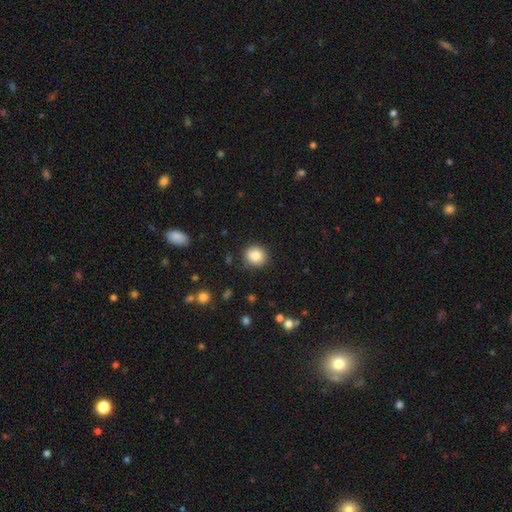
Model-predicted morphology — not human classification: Smooth or featured? Predicted: smooth (p=0.84). How rounded? Predicted: round (p=0.84). Merging? Predicted: none (p=0.86).